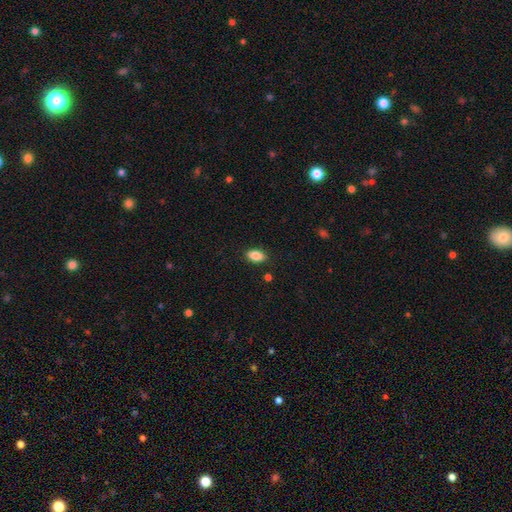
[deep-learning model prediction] smooth-or-featured: smooth: 86% | star or artifact: 8% | featured or disk: 6%
  how-rounded: in between: 91% | round: 5% | cigar-shaped: 4%
  merging: none: 86% | minor disturbance: 10% | major disturbance: 2% | merger: 2%